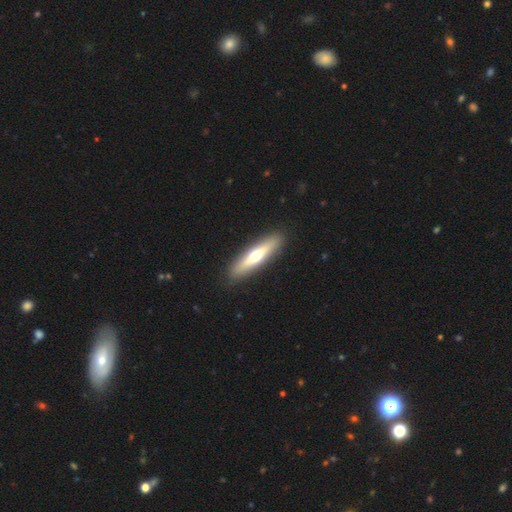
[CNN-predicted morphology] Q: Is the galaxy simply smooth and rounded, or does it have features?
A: featured or disk — 48%, tied with smooth.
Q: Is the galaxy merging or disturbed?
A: none — 91%.